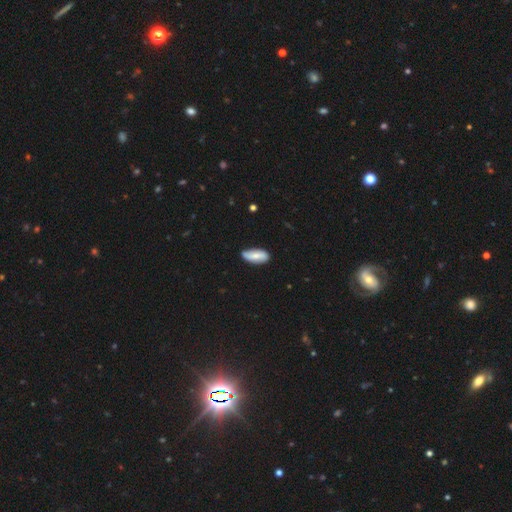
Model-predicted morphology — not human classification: Smooth or featured? smooth (61%)
How rounded? in between (85%)
Merging? none (77%)